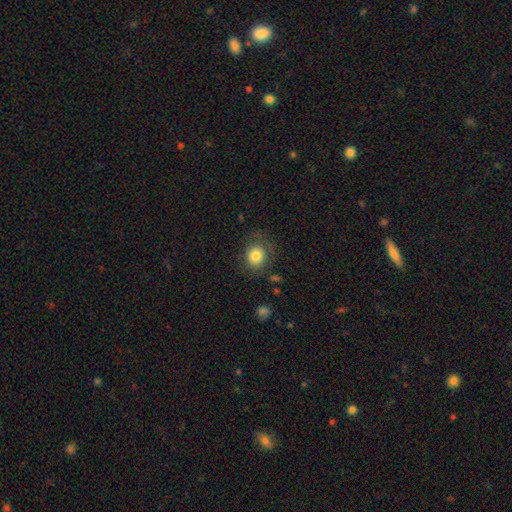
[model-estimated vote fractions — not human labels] smooth_or_featured: smooth (p=0.82) [alt: star or artifact p=0.09]
how_rounded: round (p=0.78) [alt: in between p=0.21]
merging: none (p=0.72) [alt: minor disturbance p=0.17]